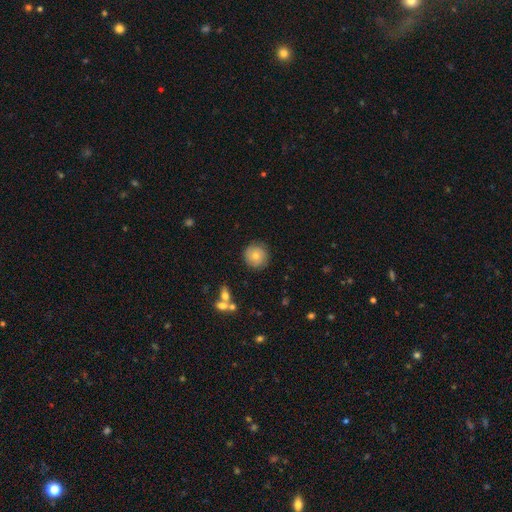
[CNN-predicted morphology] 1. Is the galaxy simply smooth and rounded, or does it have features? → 65% smooth, 26% featured or disk, 9% star or artifact.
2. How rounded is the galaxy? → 94% round, 5% in between, 1% cigar-shaped.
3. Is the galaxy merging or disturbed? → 85% none, 10% minor disturbance, 3% major disturbance, 2% merger.